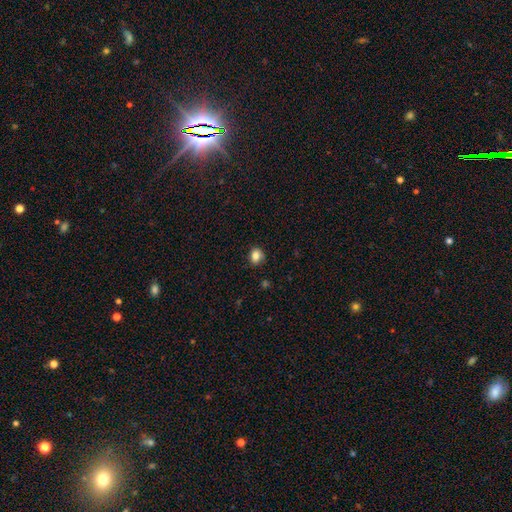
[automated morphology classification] A smooth galaxy with no disk features (83%) that is round (55%). Merging: none (78%).